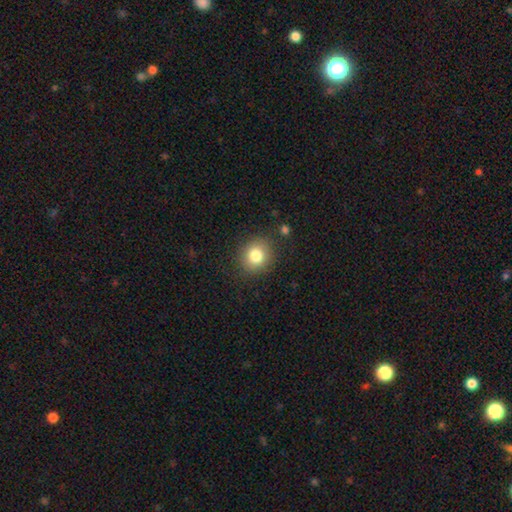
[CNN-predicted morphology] Smooth or featured? smooth (80%)
How rounded? round (79%)
Merging? none (86%)